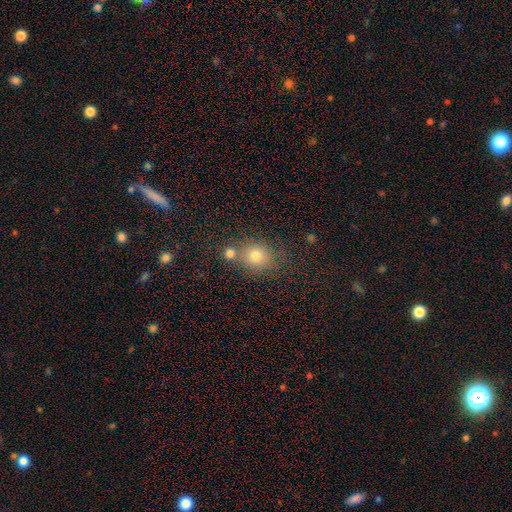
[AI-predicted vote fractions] This is likely a smooth galaxy (76%). How rounded: likely round (66%). Merging: possibly none (56%).